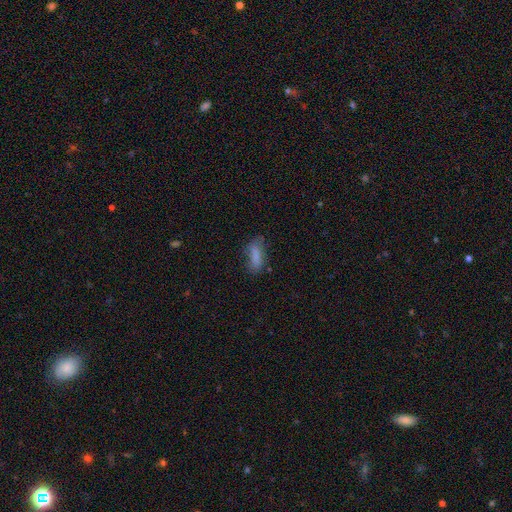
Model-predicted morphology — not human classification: smooth_or_featured: smooth (p=0.79) [alt: featured or disk p=0.12]
how_rounded: in between (p=0.68) [alt: cigar-shaped p=0.30]
merging: none (p=0.62) [alt: minor disturbance p=0.26]